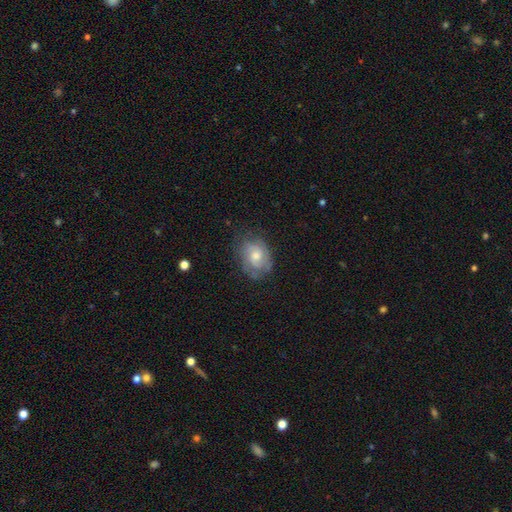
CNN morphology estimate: A featured or disk galaxy (53%) with no bar (73%), spiral arms (73%) and a moderate central bulge (62%). Merging: none (63%).